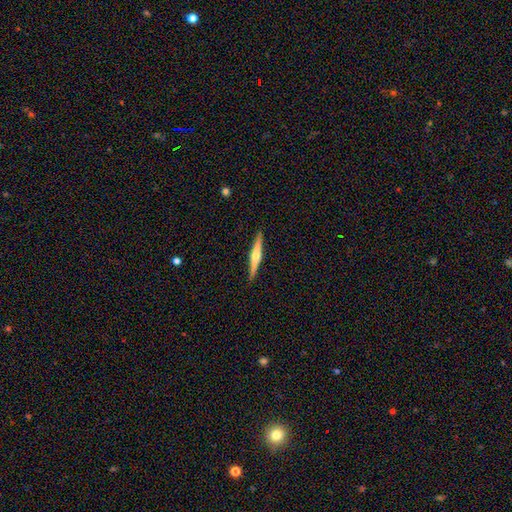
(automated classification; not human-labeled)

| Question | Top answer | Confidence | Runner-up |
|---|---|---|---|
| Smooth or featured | featured or disk | 72% | smooth (23%) |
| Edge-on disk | yes | 98% | no (2%) |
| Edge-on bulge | rounded | 91% | boxy (5%) |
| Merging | none | 91% | minor disturbance (7%) |